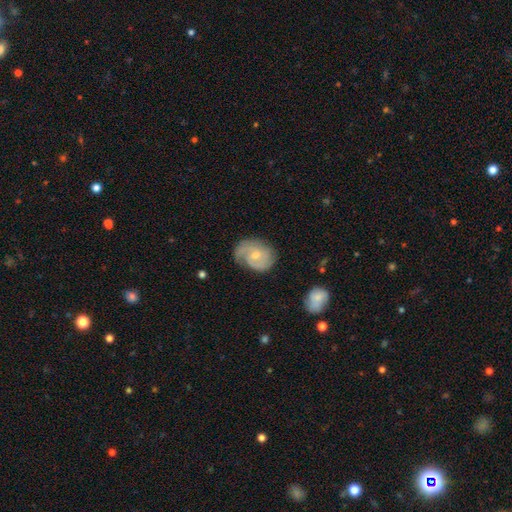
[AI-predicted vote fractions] This appears to be a featured or disk galaxy (75%) with no bar (61%), 2 (49%) tight (45%) spiral arms (93%) and a small central bulge (52%). Merging: none (64%).